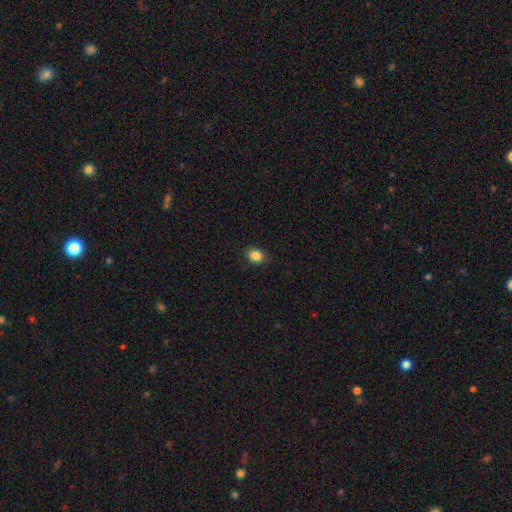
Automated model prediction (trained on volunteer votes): Smooth or featured?
  - smooth: 86% *
  - star or artifact: 10%
  - featured or disk: 4%
How rounded?
  - in between: 56% *
  - round: 43%
  - cigar-shaped: 1%
Merging?
  - none: 88% *
  - minor disturbance: 9%
  - major disturbance: 2%
  - merger: 1%